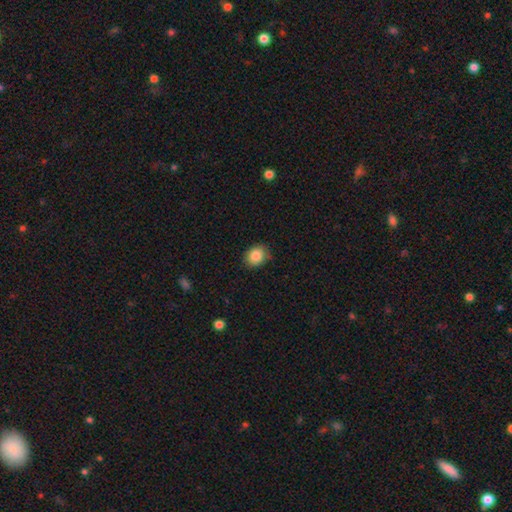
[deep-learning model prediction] smooth-or-featured: smooth: 86% | star or artifact: 8% | featured or disk: 5%
  how-rounded: round: 54% | in between: 45% | cigar-shaped: 1%
  merging: none: 80% | minor disturbance: 16% | major disturbance: 3% | merger: 1%